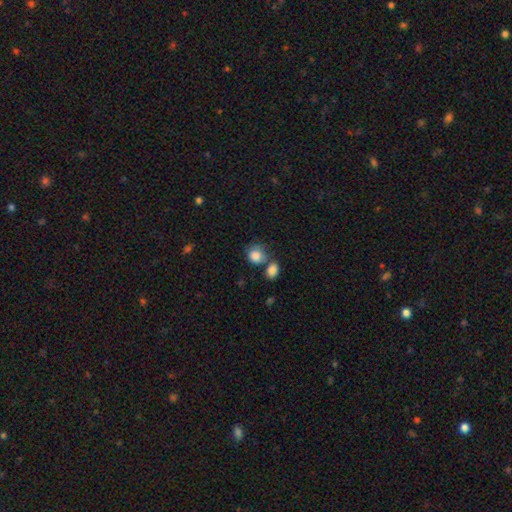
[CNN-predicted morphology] This appears to be a smooth galaxy with no disk features (86%) that is round (71%). Merging: none (48%).